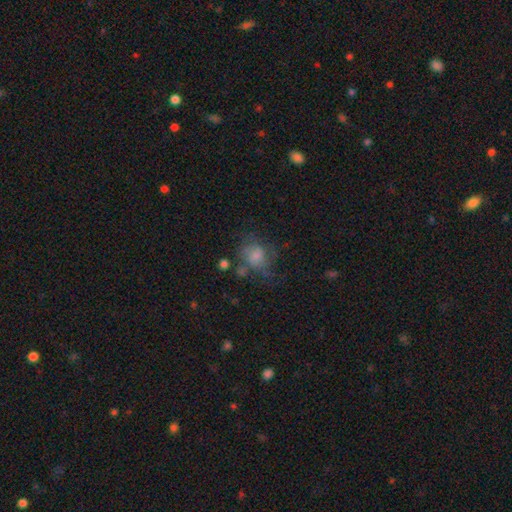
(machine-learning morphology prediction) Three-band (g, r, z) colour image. It shows a smooth galaxy with no disk features (54%) that is round (57%). Merging: none (44%).